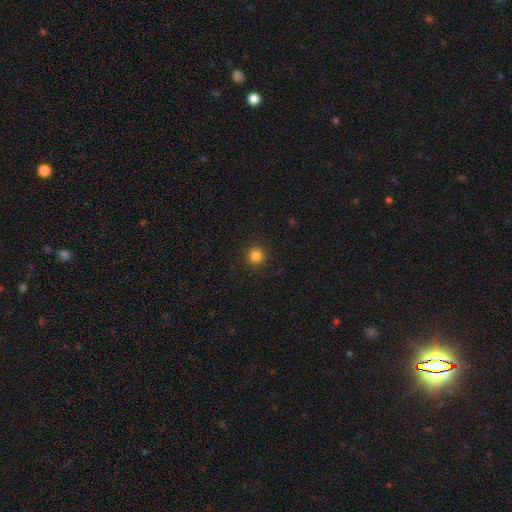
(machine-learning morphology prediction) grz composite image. It shows a smooth galaxy with no disk features (84%) that is round (95%). Merging: none (93%).